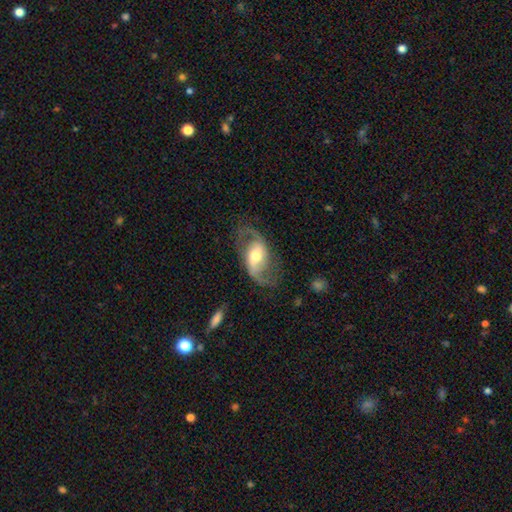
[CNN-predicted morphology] smooth_or_featured: featured or disk (p=0.84) [alt: smooth p=0.11]
disk_edge_on: no (p=0.96) [alt: yes p=0.04]
bar: weak (p=0.41) [alt: no p=0.38]
has_spiral_arms: yes (p=0.94) [alt: no p=0.06]
spiral_winding: loose (p=0.56) [alt: medium p=0.36]
spiral_arm_count: 2 (p=0.91) [alt: can't tell p=0.03]
bulge_size: moderate (p=0.66) [alt: small p=0.21]
merging: none (p=0.72) [alt: minor disturbance p=0.16]